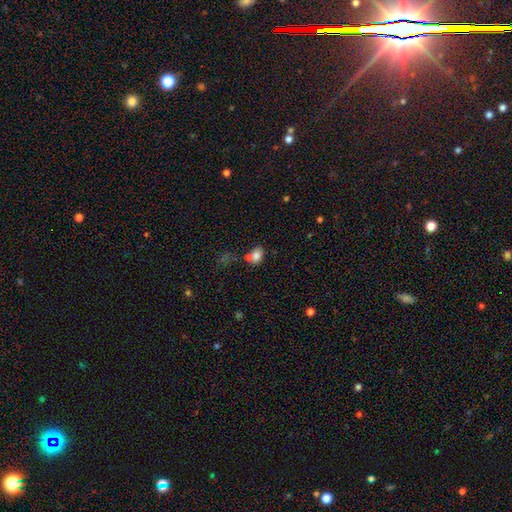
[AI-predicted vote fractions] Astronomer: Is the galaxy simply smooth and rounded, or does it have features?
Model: smooth — 80%.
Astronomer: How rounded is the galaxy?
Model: in between — 74%.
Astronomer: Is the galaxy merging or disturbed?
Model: none — 48% (runner-up: merger, 30%).